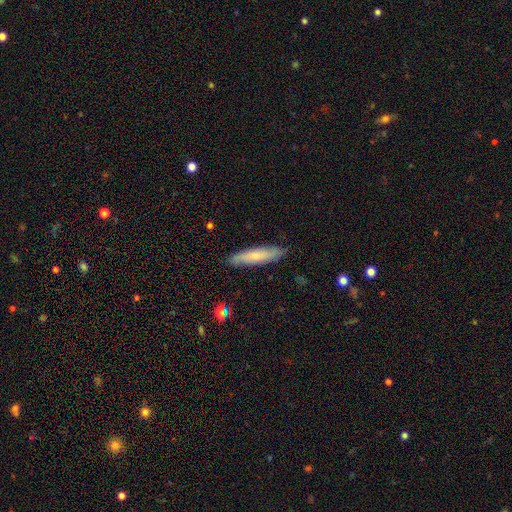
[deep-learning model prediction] A smooth galaxy with no disk features (65%) that is cigar-shaped (84%). Merging: none (86%).